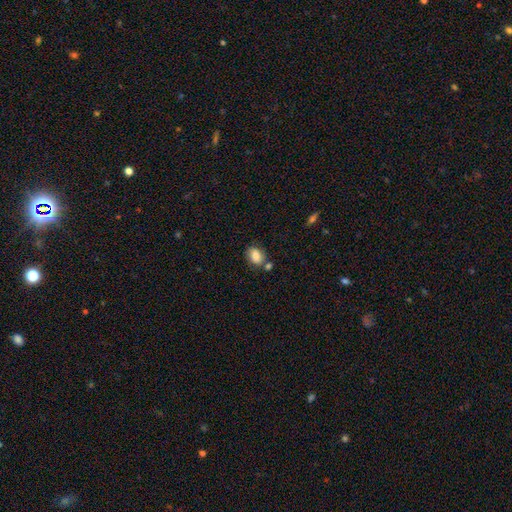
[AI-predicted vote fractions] Morphology: type=smooth (80%); roundness=in between (65%); merging=none (65%).